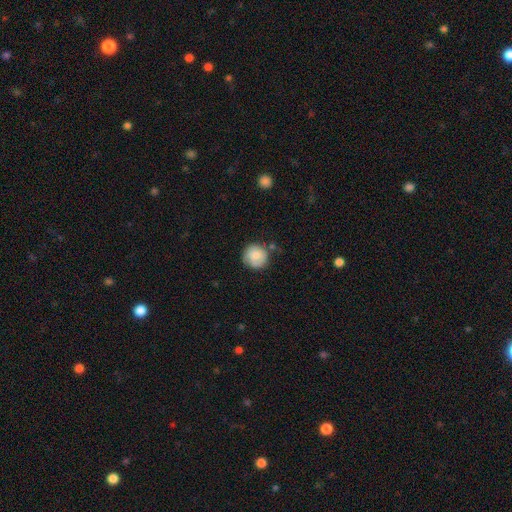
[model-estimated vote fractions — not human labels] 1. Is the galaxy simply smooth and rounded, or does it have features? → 76% smooth, 16% featured or disk, 7% star or artifact.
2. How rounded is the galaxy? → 93% round, 6% in between, 1% cigar-shaped.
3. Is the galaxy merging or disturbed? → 70% none, 20% minor disturbance, 5% merger, 5% major disturbance.